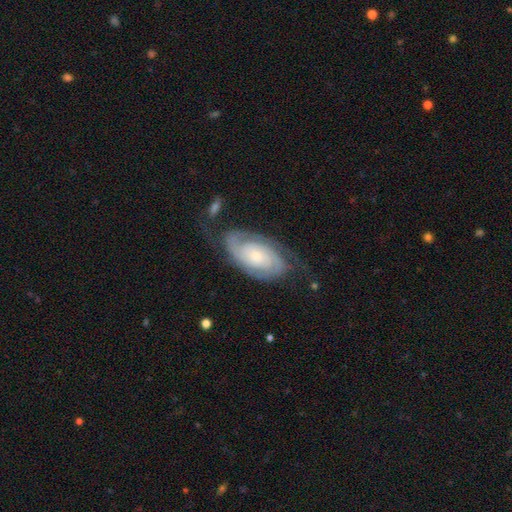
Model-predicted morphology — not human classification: Smooth or featured? Predicted: featured or disk (p=0.85). Edge-on disk? Predicted: no (p=0.96). Bar? Predicted: no (p=0.72). Spiral arms? Predicted: yes (p=0.97). Spiral winding? Predicted: tight (p=0.68). Spiral arm count? Predicted: 2 (p=0.67). Bulge size? Predicted: small (p=0.63). Merging? Predicted: none (p=0.66).